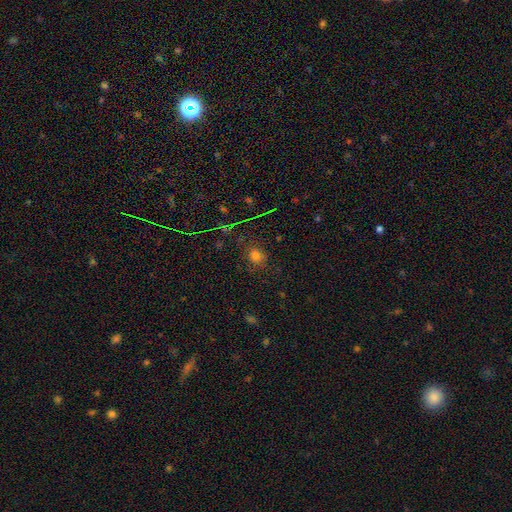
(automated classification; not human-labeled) smooth_or_featured: smooth (p=0.70) [alt: star or artifact p=0.23]
how_rounded: round (p=0.73) [alt: in between p=0.26]
merging: none (p=0.81) [alt: minor disturbance p=0.13]